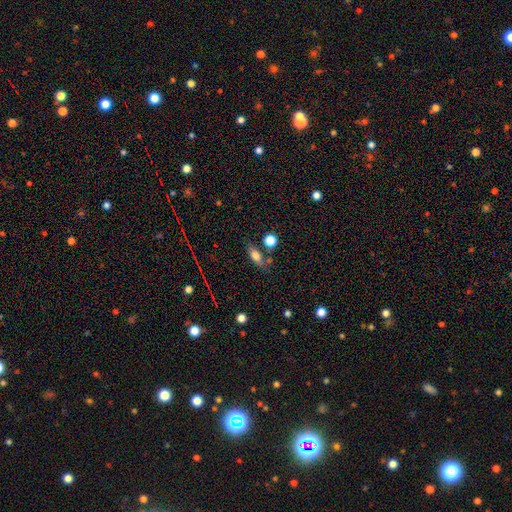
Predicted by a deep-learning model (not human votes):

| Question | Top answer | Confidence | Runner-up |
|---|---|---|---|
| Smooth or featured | smooth | 74% | featured or disk (15%) |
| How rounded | in between | 75% | cigar-shaped (15%) |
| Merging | none | 65% | minor disturbance (17%) |